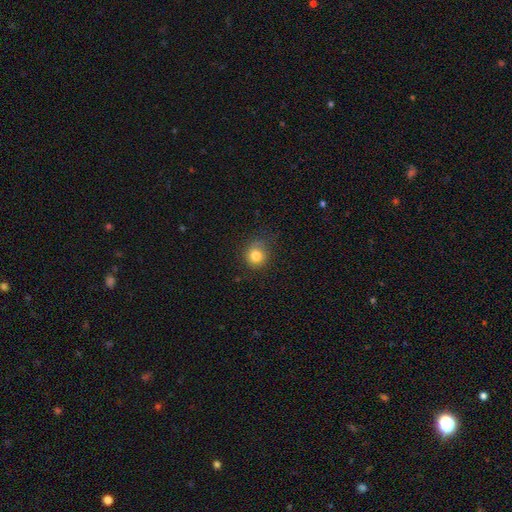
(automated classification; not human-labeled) Smooth or featured: smooth — 80% (star or artifact — 12%)
How rounded: round — 85% (in between — 14%)
Merging: none — 78% (minor disturbance — 16%)